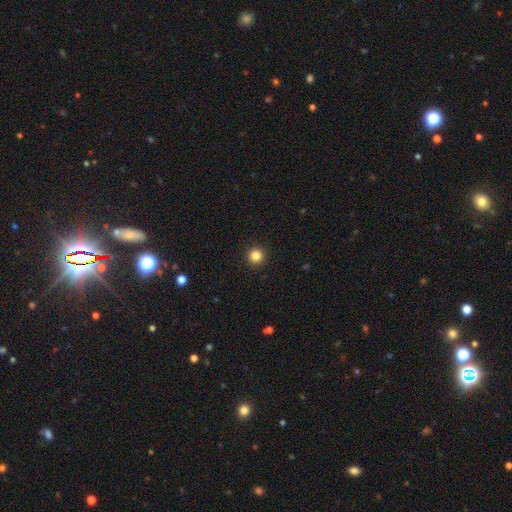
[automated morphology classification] smooth-or-featured: smooth: 84% | star or artifact: 12% | featured or disk: 4%
  how-rounded: round: 96% | in between: 3% | cigar-shaped: 1%
  merging: none: 93% | minor disturbance: 4% | major disturbance: 2% | merger: 1%